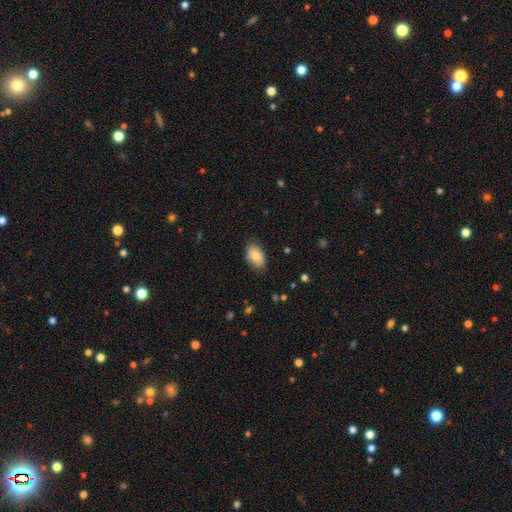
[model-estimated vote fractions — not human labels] smooth 81%, featured or disk 12%, star or artifact 7%. Down the decision tree: how rounded — in between (90%); merging — none (81%).